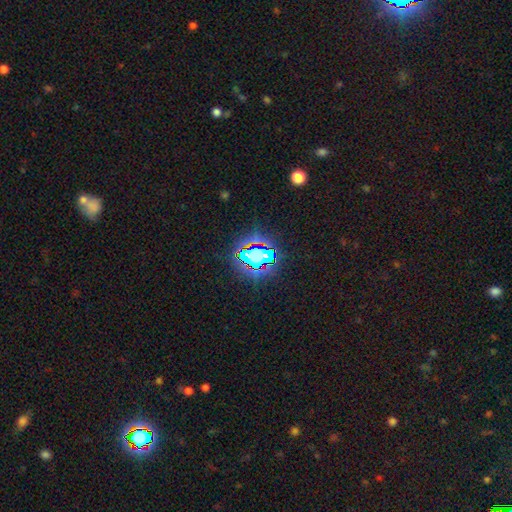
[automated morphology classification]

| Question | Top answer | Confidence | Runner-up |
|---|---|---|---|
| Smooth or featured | star or artifact | 56% | smooth (28%) |